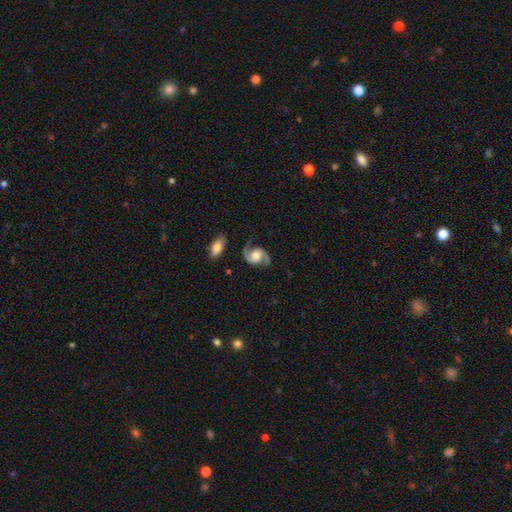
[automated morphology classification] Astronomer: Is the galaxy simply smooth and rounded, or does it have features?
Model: featured or disk — 87%.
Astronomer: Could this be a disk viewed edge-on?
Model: no — 98%.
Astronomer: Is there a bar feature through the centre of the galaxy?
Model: no — 61%.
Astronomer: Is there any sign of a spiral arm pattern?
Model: yes — 97%.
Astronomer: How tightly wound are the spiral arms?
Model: medium — 52% (runner-up: loose, 33%).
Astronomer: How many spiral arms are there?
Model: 2 — 93%.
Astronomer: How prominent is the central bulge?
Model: moderate — 41% (runner-up: large, 33%).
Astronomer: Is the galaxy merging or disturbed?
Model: none — 75%.